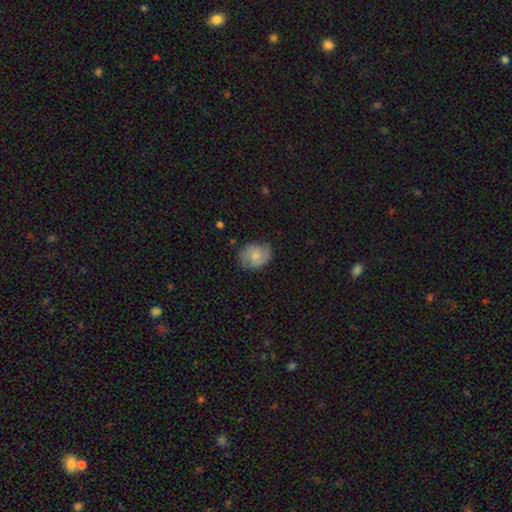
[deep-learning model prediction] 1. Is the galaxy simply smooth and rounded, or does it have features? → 58% smooth, 34% featured or disk, 8% star or artifact.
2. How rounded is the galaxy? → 56% in between, 43% round, 1% cigar-shaped.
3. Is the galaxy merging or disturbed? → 73% none, 21% minor disturbance, 6% major disturbance, 1% merger.